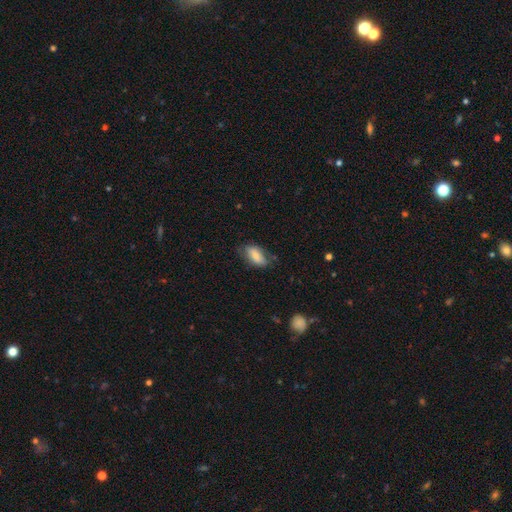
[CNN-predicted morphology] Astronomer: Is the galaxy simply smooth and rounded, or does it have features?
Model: smooth — 74%.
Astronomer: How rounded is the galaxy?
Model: in between — 89%.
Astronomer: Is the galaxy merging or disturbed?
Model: none — 64%.